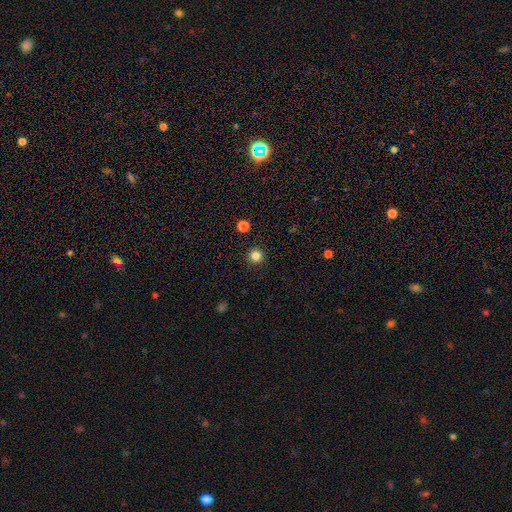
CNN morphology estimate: Q: Smooth or featured?
A: smooth (83%); runner-up: star or artifact (13%)
Q: How rounded?
A: round (96%); runner-up: in between (4%)
Q: Merging?
A: none (93%); runner-up: minor disturbance (4%)